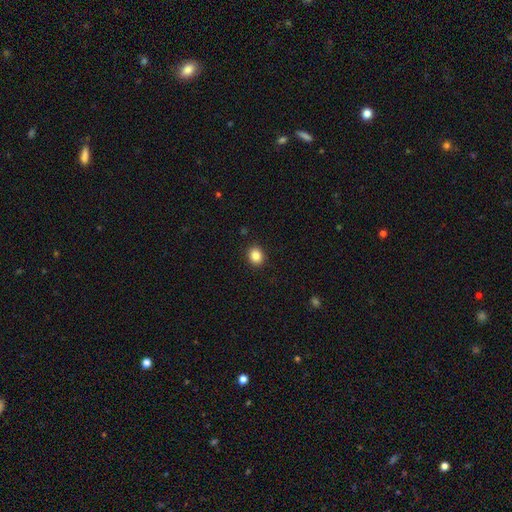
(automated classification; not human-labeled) Smooth or featured: smooth — 86% (star or artifact — 10%)
How rounded: round — 65% (in between — 34%)
Merging: none — 91% (minor disturbance — 6%)